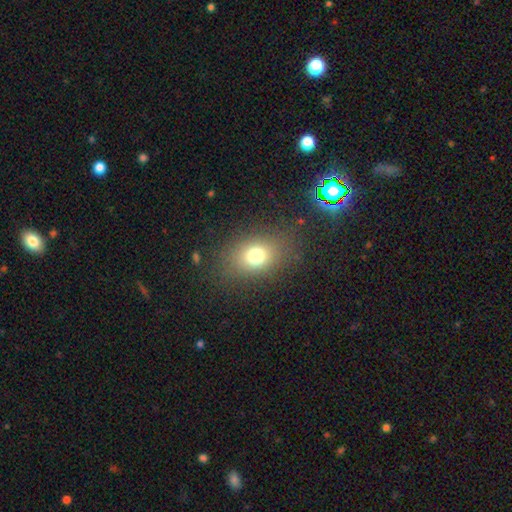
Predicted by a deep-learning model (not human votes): This appears to be a smooth galaxy with no disk features (74%) that is in between round and cigar-shaped (63%). Merging: none (82%).